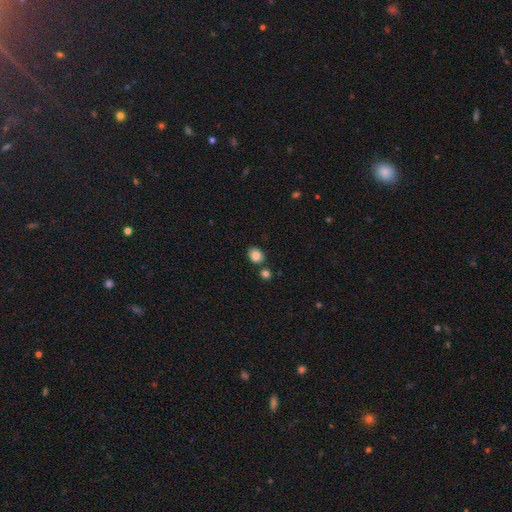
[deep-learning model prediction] smooth 84%, star or artifact 10%, featured or disk 6%. Down the decision tree: how rounded — round (56%); merging — none (74%).